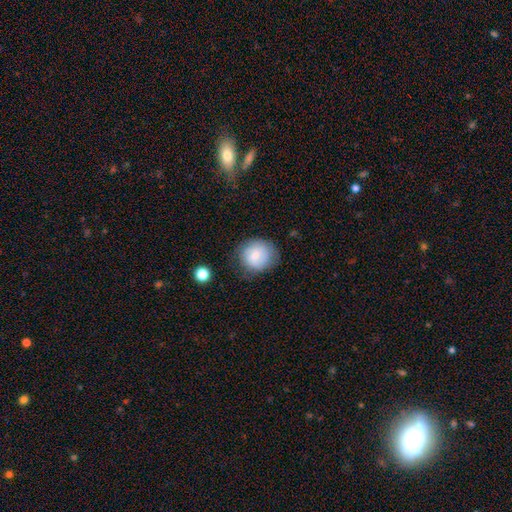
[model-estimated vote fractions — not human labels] Smooth or featured? Predicted: smooth (p=0.75). How rounded? Predicted: round (p=0.81). Merging? Predicted: none (p=0.69).